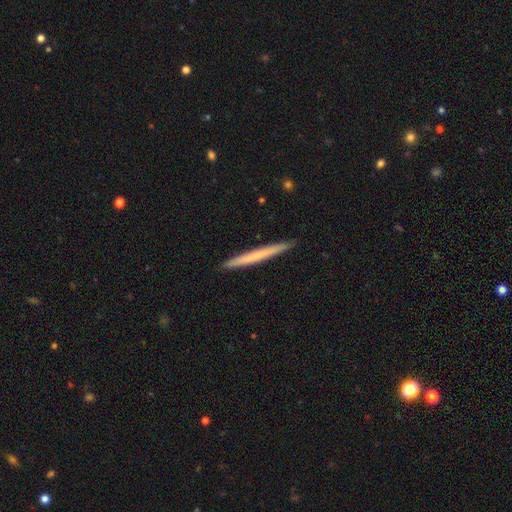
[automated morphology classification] A smooth galaxy with no disk features (61%) that is cigar-shaped (97%).

Vote fractions:
- Smooth or featured? smooth: 61% / featured or disk: 34% / star or artifact: 5%
- How rounded? cigar-shaped: 97% / in between: 2% / round: 1%
- Merging? none: 92% / minor disturbance: 6% / major disturbance: 1% / merger: 1%